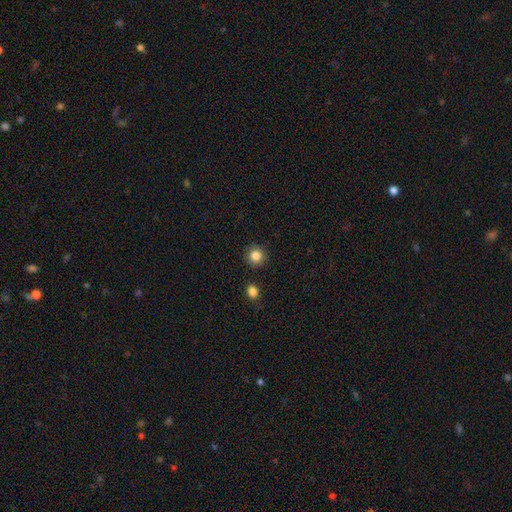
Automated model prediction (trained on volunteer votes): This is clearly a smooth galaxy (85%). How rounded: clearly round (93%). Merging: clearly none (90%).